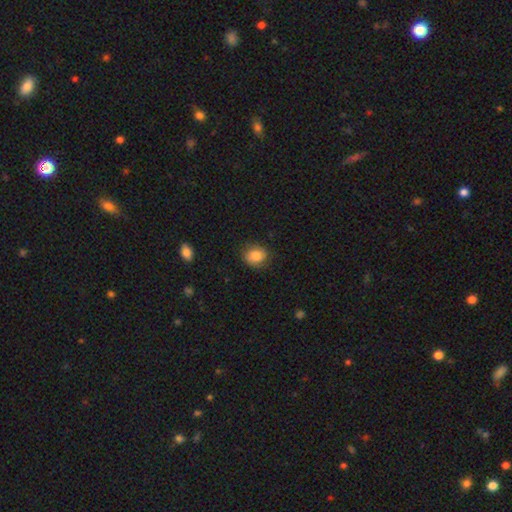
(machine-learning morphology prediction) This is clearly a smooth galaxy (82%). How rounded: likely round (61%). Merging: likely none (79%).